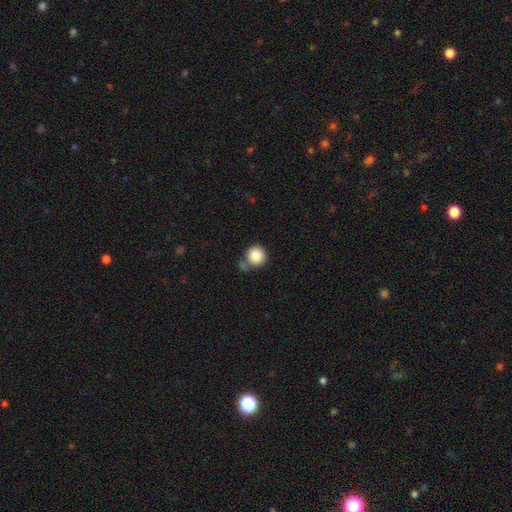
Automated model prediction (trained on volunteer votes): A smooth galaxy with no disk features (86%) that is round (93%).

Vote fractions:
- Smooth or featured? smooth: 86% / star or artifact: 9% / featured or disk: 5%
- How rounded? round: 93% / in between: 6% / cigar-shaped: 1%
- Merging? none: 66% / merger: 15% / minor disturbance: 14% / major disturbance: 5%